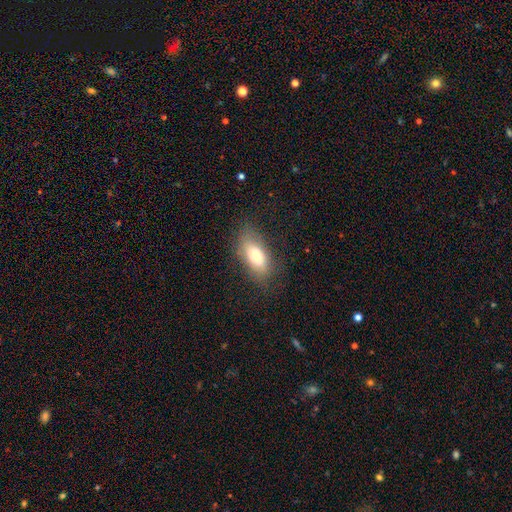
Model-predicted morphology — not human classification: type=smooth (72%); roundness=in between (86%); merging=none (75%).